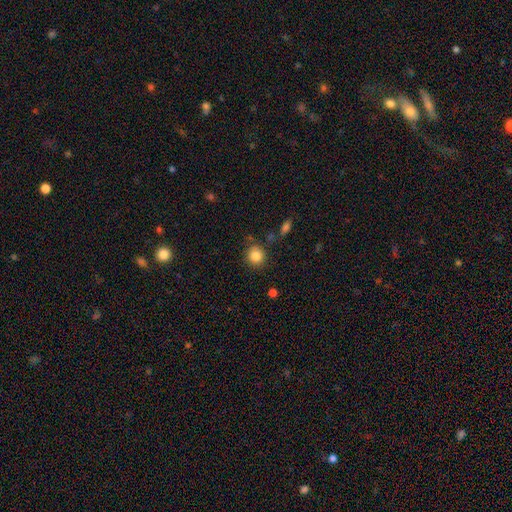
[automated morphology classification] Q: Smooth or featured?
A: smooth (85%); runner-up: star or artifact (10%)
Q: How rounded?
A: round (89%); runner-up: in between (10%)
Q: Merging?
A: none (83%); runner-up: minor disturbance (10%)